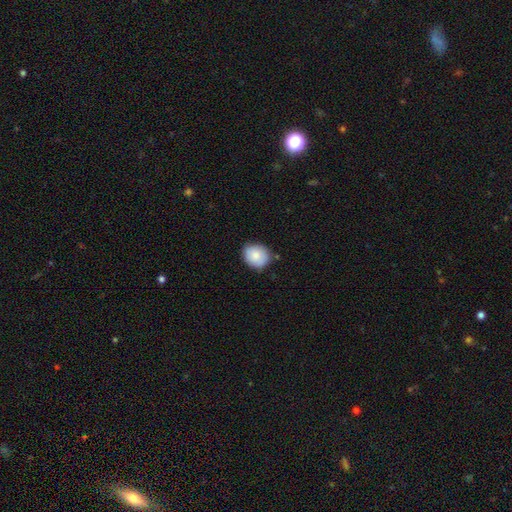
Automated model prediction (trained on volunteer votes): The model was most divided on "how rounded": round: 62%, in between: 37%, cigar-shaped: 1%. More confident: smooth or featured — smooth (82%); merging — none (77%).